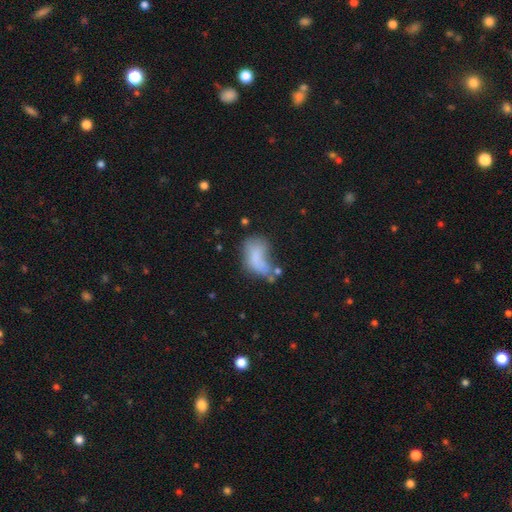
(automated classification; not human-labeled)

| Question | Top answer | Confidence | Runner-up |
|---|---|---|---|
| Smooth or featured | smooth | 65% | featured or disk (23%) |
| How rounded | in between | 88% | round (9%) |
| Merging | major disturbance | 36% | minor disturbance (23%) |